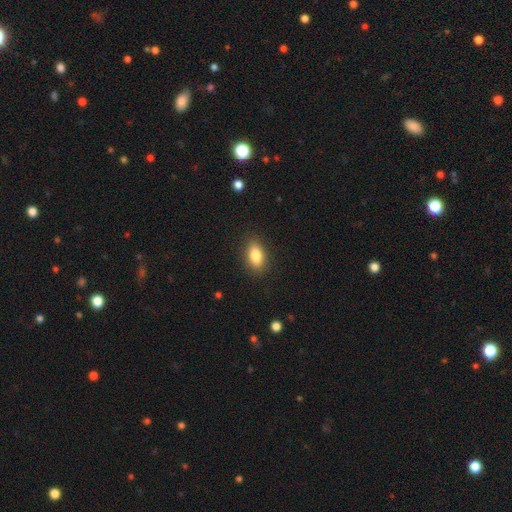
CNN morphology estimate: smooth 84%, featured or disk 8%, star or artifact 8%. Down the decision tree: how rounded — in between (87%); merging — none (87%).